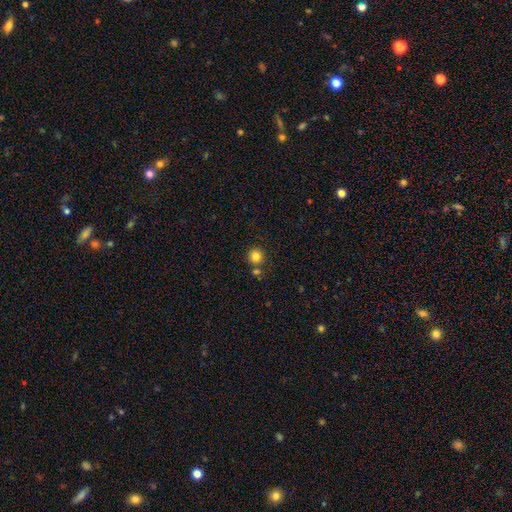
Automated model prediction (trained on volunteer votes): Overall: smooth (83%). How rounded: round (93%). Merging: none (76%).